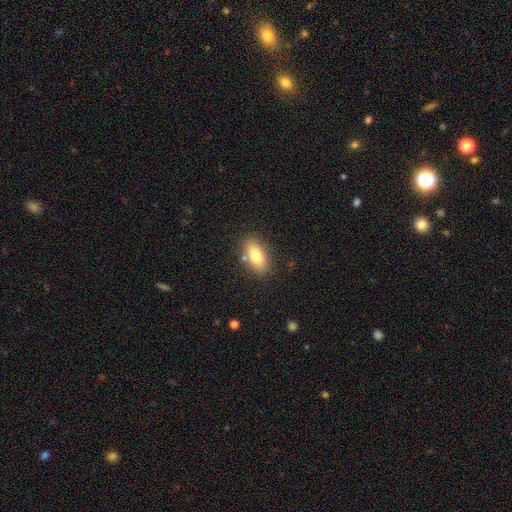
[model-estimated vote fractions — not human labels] A smooth galaxy with no disk features (77%) that is in between round and cigar-shaped (87%). Merging: none (82%).